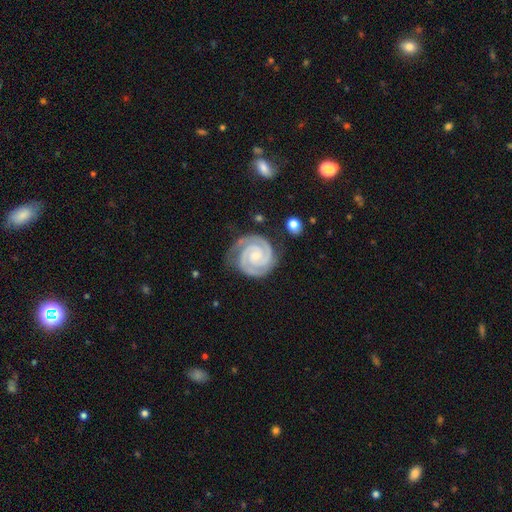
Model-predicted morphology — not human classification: A featured or disk galaxy (93%) with no bar (64%), 2 (87%) tight (83%) spiral arms (99%) and a small central bulge (64%). Merging: none (77%).